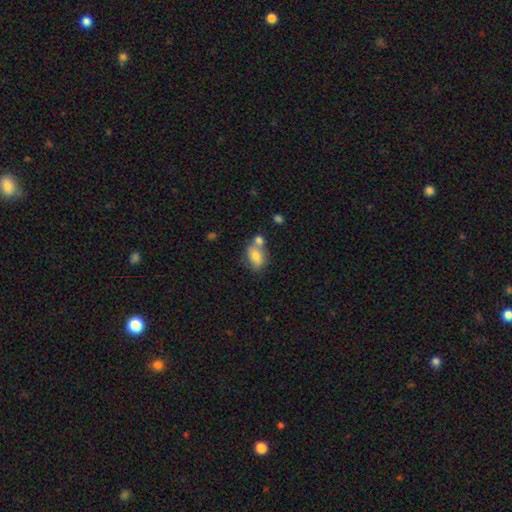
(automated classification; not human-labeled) A smooth galaxy with no disk features (73%) that is in between round and cigar-shaped (81%). Merging: none (42%).